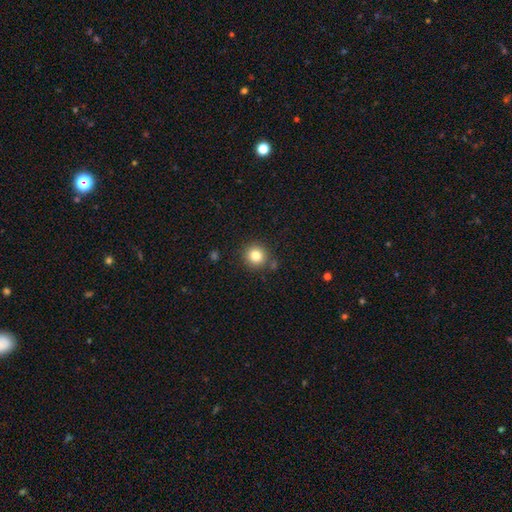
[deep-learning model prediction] smooth-or-featured: smooth: 82% | star or artifact: 11% | featured or disk: 7%
  how-rounded: round: 92% | in between: 7% | cigar-shaped: 1%
  merging: none: 84% | minor disturbance: 9% | merger: 4% | major disturbance: 3%